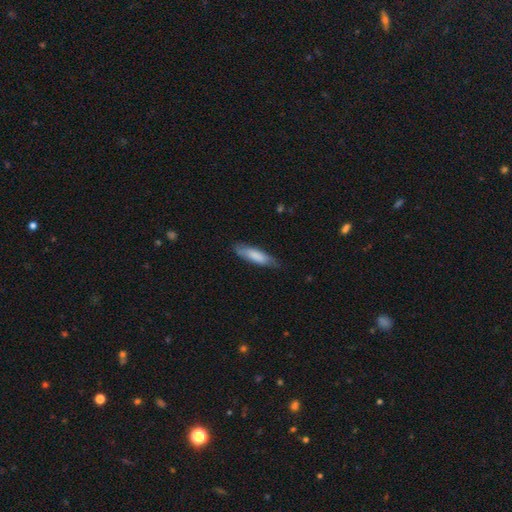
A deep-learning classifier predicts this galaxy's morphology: Smooth or featured: smooth — 79% (featured or disk — 15%)
How rounded: cigar-shaped — 62% (in between — 36%)
Merging: none — 75% (minor disturbance — 21%)